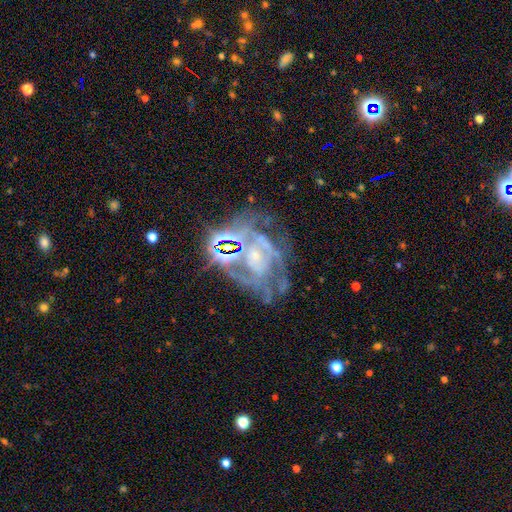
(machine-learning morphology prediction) Smooth or featured? Predicted: featured or disk (p=0.75). Edge-on disk? Predicted: no (p=0.97). Bar? Predicted: no (p=0.64). Spiral arms? Predicted: yes (p=0.86). Spiral winding? Predicted: tight (p=0.50). Spiral arm count? Predicted: can't tell (p=0.34). Bulge size? Predicted: small (p=0.67). Merging? Predicted: none (p=0.42).